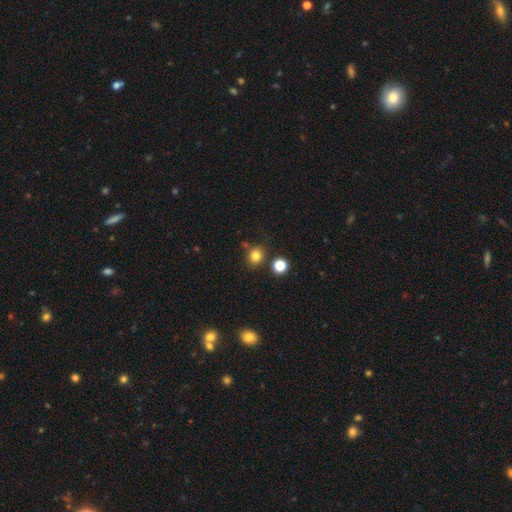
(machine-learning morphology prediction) The model was most divided on "how rounded": round: 76%, in between: 23%, cigar-shaped: 1%. More confident: smooth or featured — smooth (79%); merging — none (78%).